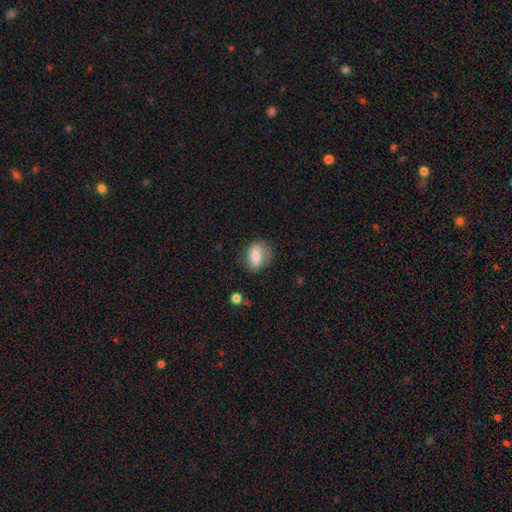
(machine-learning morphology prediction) Smooth or featured? Predicted: smooth (p=0.68). How rounded? Predicted: in between (p=0.55). Merging? Predicted: none (p=0.67).